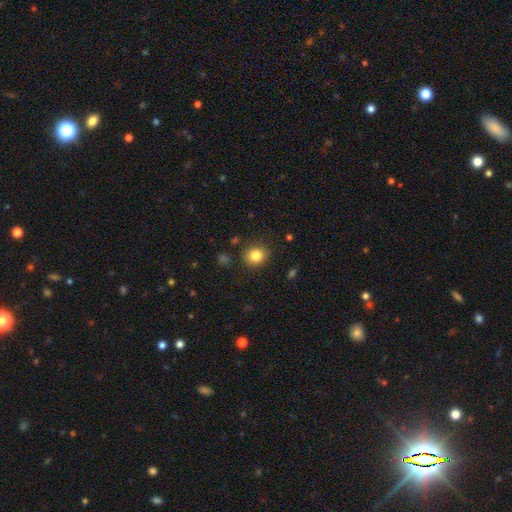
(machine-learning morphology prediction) A smooth galaxy with no disk features (83%) that is round (79%).

Vote fractions:
- Smooth or featured? smooth: 83% / star or artifact: 11% / featured or disk: 6%
- How rounded? round: 79% / in between: 20% / cigar-shaped: 1%
- Merging? none: 87% / minor disturbance: 8% / major disturbance: 3% / merger: 2%